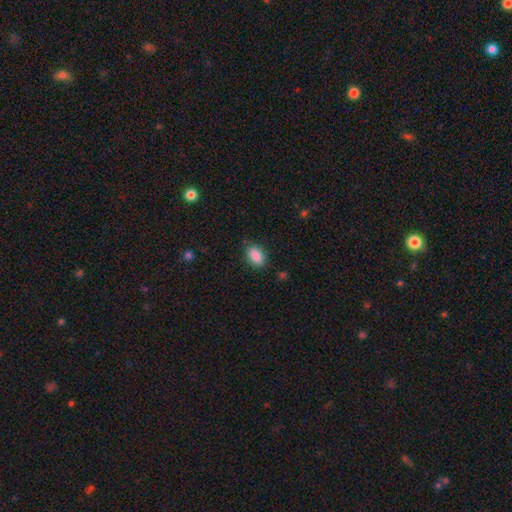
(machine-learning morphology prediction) A smooth galaxy with no disk features (89%) that is in between round and cigar-shaped (91%). Merging: none (83%).